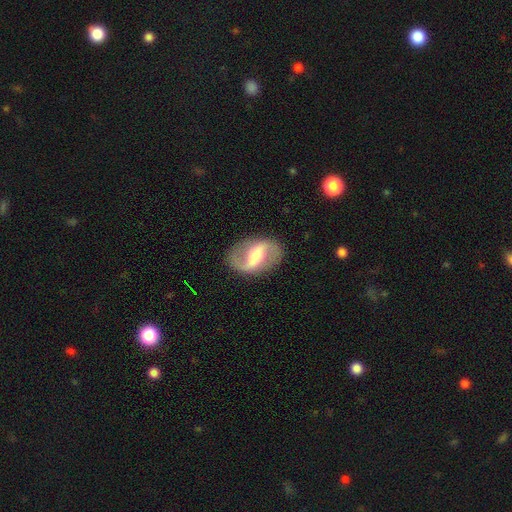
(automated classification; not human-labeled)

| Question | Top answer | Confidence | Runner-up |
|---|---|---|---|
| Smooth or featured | featured or disk | 82% | smooth (12%) |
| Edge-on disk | no | 97% | yes (3%) |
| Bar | strong | 46% | weak (37%) |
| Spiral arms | yes | 92% | no (8%) |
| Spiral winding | loose | 61% | medium (31%) |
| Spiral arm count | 2 | 92% | 1 (3%) |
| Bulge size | moderate | 40% | small (34%) |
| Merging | none | 83% | minor disturbance (10%) |